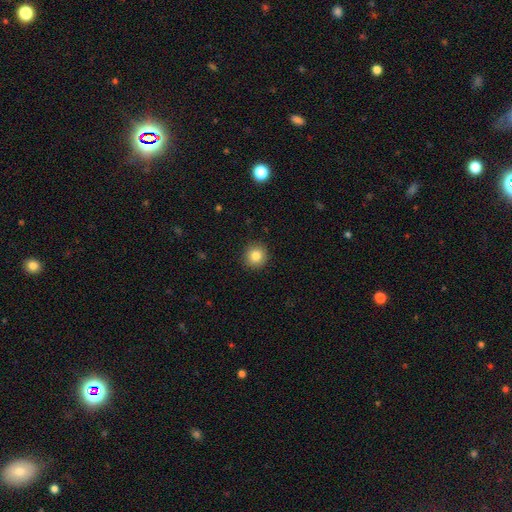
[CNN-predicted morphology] type=smooth (83%); roundness=round (93%); merging=none (91%).